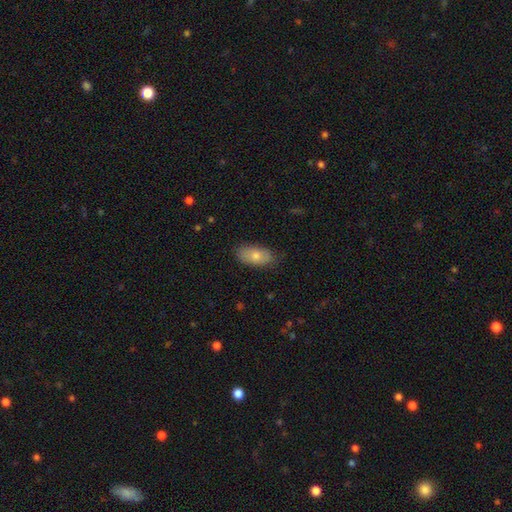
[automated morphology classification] A smooth galaxy with no disk features (71%) that is in between round and cigar-shaped (91%). Merging: none (81%).